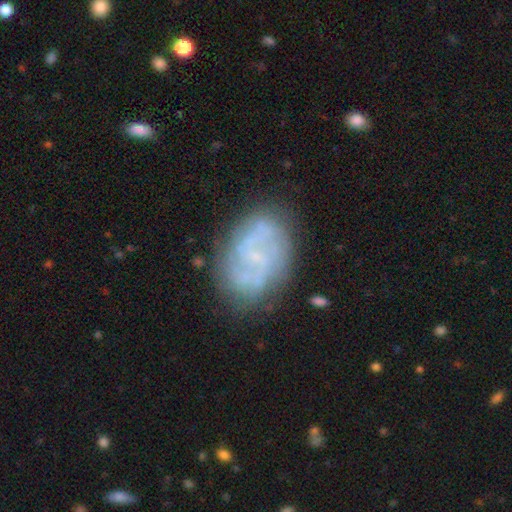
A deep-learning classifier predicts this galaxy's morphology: Smooth or featured: featured or disk — 70% (smooth — 22%)
Edge-on disk: no — 97% (yes — 3%)
Bar: no — 48% (weak — 41%)
Spiral arms: yes — 78% (no — 22%)
Spiral winding: medium — 41% (tight — 33%)
Spiral arm count: 2 — 43% (can't tell — 35%)
Bulge size: small — 57% (none — 31%)
Merging: none — 72% (minor disturbance — 17%)